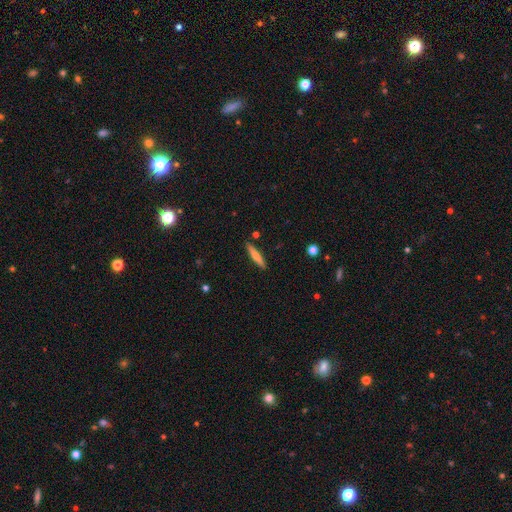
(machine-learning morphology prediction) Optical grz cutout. It shows a smooth galaxy with no disk features (52%) that is cigar-shaped (88%). Merging: none (90%).